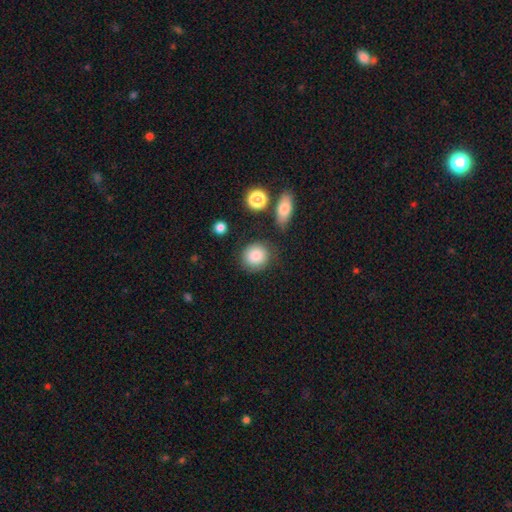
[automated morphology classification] type=smooth (85%); roundness=round (84%); merging=none (78%).